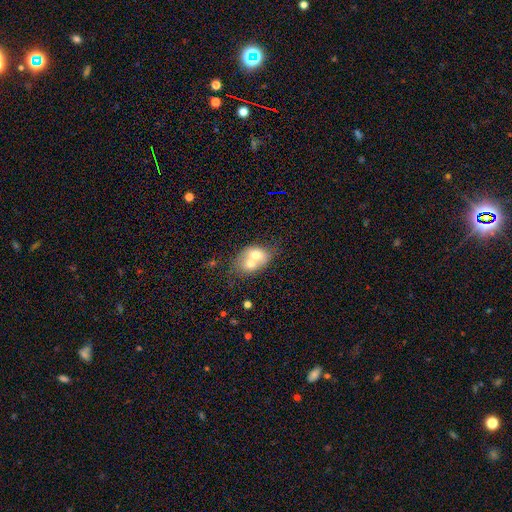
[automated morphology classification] The model was most divided on "how rounded": in between: 62%, round: 37%, cigar-shaped: 1%. More confident: merging — merger (72%); smooth or featured — smooth (62%).